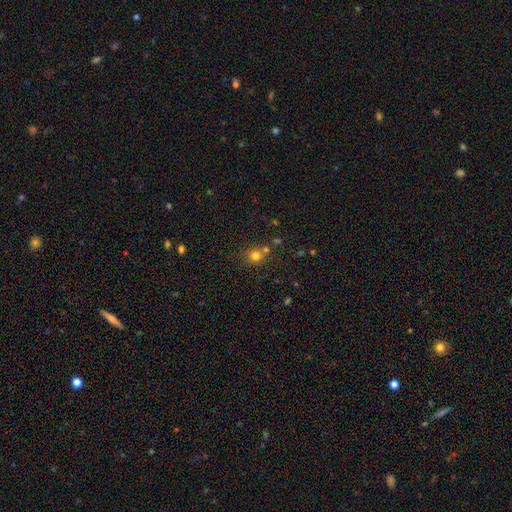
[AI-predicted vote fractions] This is likely a smooth galaxy (75%). How rounded: clearly round (86%). Merging: likely none (67%).